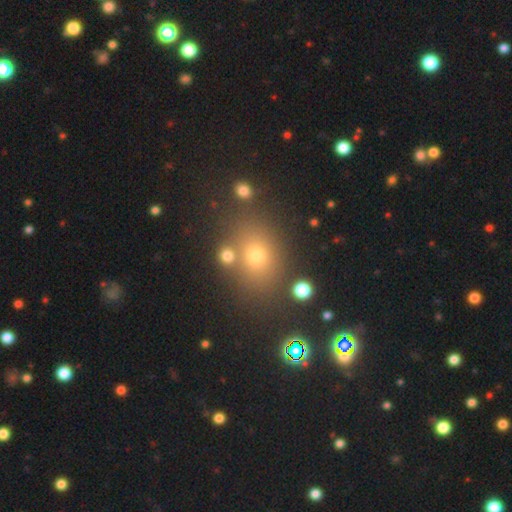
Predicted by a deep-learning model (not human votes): Q: Smooth or featured?
A: smooth (67%); runner-up: star or artifact (22%)
Q: How rounded?
A: round (52%); runner-up: in between (47%)
Q: Merging?
A: none (73%); runner-up: minor disturbance (11%)